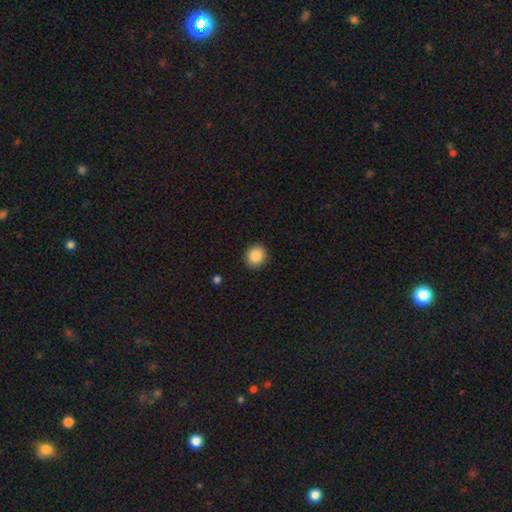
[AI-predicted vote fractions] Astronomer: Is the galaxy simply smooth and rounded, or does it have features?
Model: smooth — 87%.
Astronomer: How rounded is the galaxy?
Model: round — 80%.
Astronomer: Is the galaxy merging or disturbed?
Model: none — 91%.